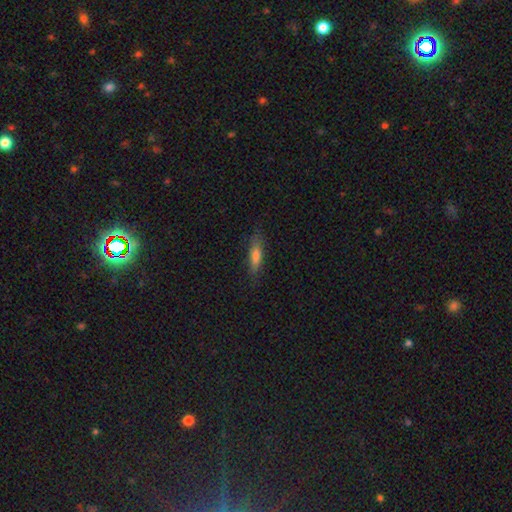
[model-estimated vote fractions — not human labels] smooth-or-featured: smooth: 70% | featured or disk: 22% | star or artifact: 8%
  how-rounded: cigar-shaped: 73% | in between: 25% | round: 2%
  merging: none: 80% | minor disturbance: 15% | major disturbance: 4% | merger: 1%